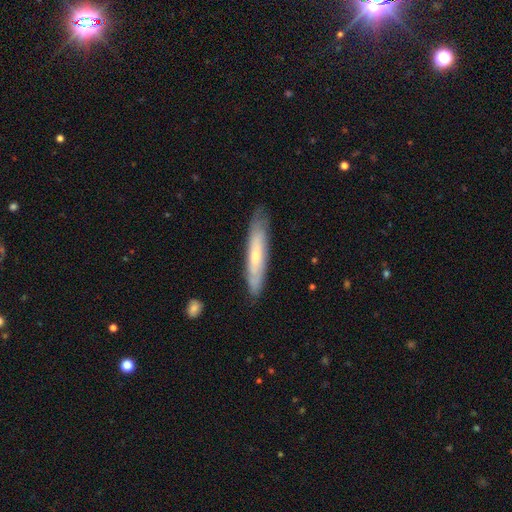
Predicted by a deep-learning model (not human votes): Q: Smooth or featured?
A: smooth (48%); runner-up: featured or disk (47%)
Q: Merging?
A: none (80%); runner-up: minor disturbance (15%)